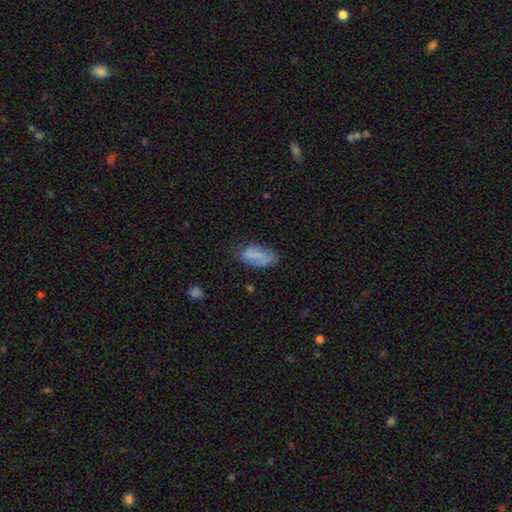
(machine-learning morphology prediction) Smooth or featured: smooth — 79% (featured or disk — 13%)
How rounded: in between — 89% (cigar-shaped — 9%)
Merging: none — 63% (minor disturbance — 26%)